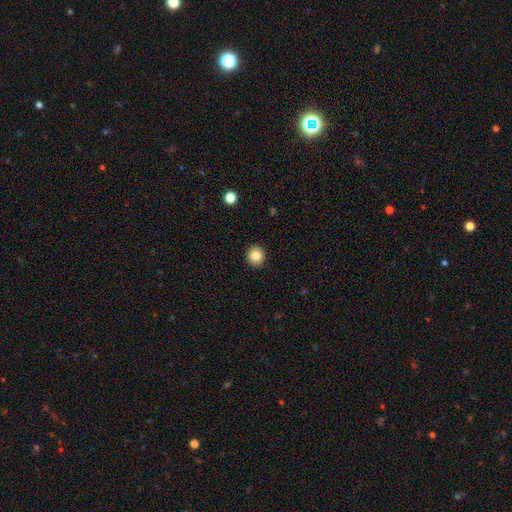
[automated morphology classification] smooth 84%, star or artifact 10%, featured or disk 7%. Down the decision tree: how rounded — round (91%); merging — none (92%).